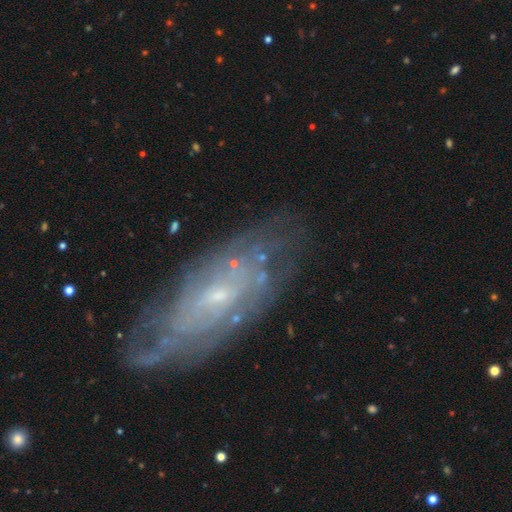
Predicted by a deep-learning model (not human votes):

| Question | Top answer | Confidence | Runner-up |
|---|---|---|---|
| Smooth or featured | featured or disk | 76% | smooth (16%) |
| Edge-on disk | no | 89% | yes (11%) |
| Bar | no | 56% | weak (36%) |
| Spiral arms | yes | 82% | no (18%) |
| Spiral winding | tight | 64% | medium (26%) |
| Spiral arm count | can't tell | 61% | 2 (15%) |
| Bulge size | small | 77% | moderate (16%) |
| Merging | none | 70% | minor disturbance (18%) |